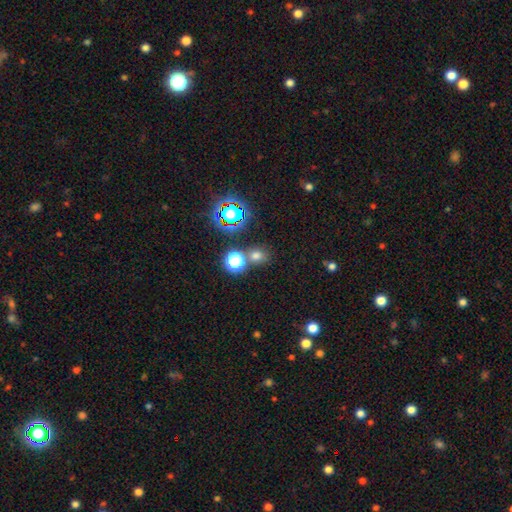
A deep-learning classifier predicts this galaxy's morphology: smooth-or-featured: smooth: 66% | star or artifact: 27% | featured or disk: 7%
  how-rounded: round: 70% | in between: 29% | cigar-shaped: 1%
  merging: none: 71% | merger: 16% | minor disturbance: 9% | major disturbance: 4%